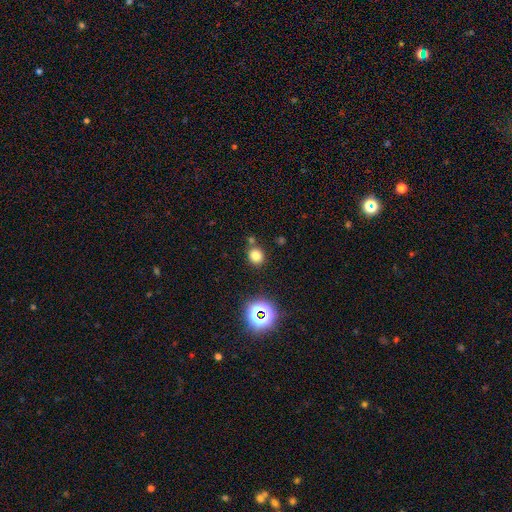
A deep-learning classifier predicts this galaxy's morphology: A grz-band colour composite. It shows a smooth galaxy with no disk features (76%) that is round (82%). Merging: none (78%).